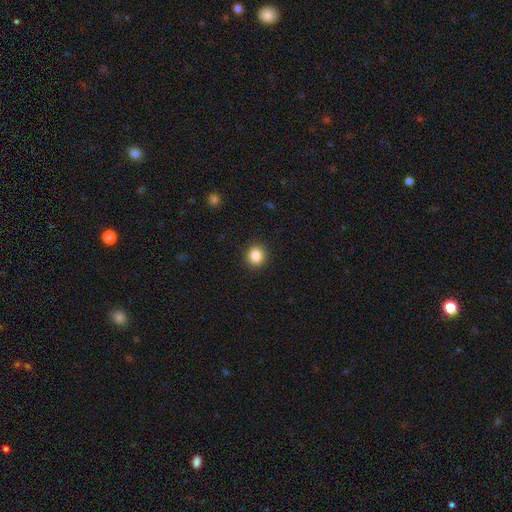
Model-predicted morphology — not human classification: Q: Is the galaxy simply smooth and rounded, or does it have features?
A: smooth — 86%.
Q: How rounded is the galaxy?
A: round — 84%.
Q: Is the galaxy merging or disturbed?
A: none — 91%.